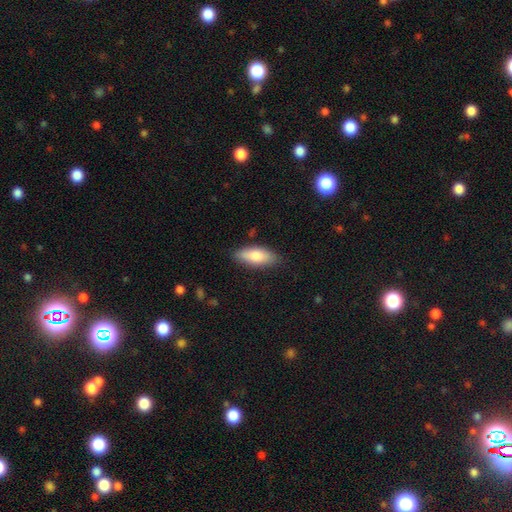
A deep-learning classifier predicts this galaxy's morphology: Smooth or featured? smooth (78%)
How rounded? in between (72%)
Merging? none (83%)